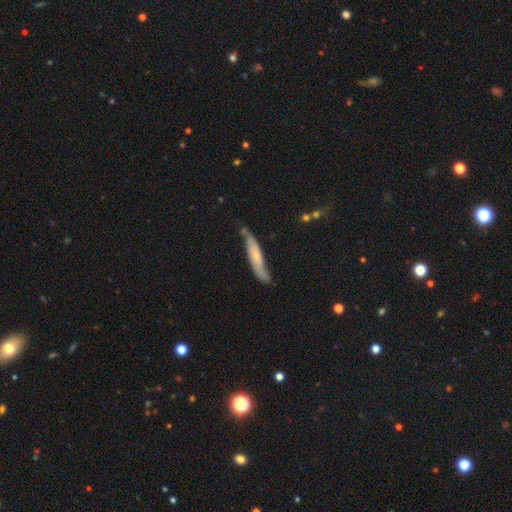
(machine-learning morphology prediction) smooth_or_featured: featured or disk (p=0.50) [alt: smooth p=0.45]
merging: none (p=0.61) [alt: minor disturbance p=0.28]